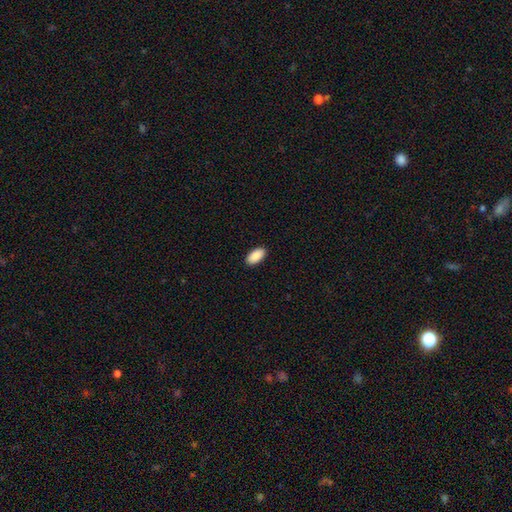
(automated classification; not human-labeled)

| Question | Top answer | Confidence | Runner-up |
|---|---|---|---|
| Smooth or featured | smooth | 91% | star or artifact (6%) |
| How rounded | in between | 95% | cigar-shaped (3%) |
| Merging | none | 91% | minor disturbance (7%) |